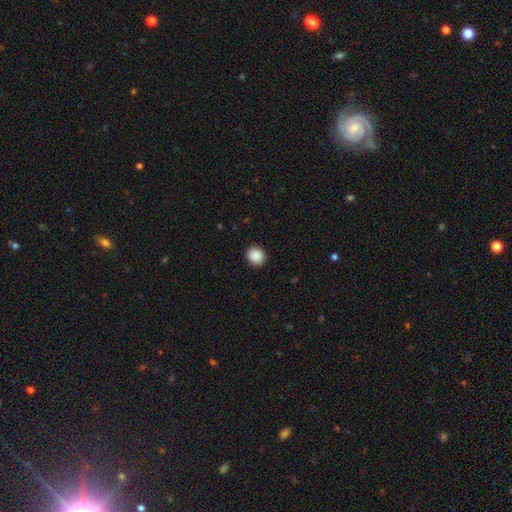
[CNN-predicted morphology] smooth 89%, star or artifact 8%, featured or disk 2%. Down the decision tree: how rounded — round (80%); merging — none (90%).